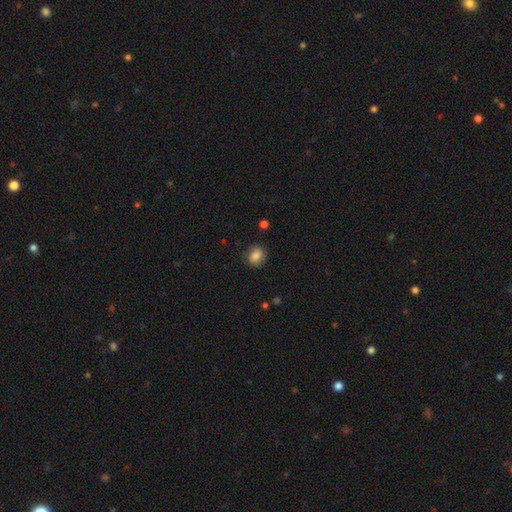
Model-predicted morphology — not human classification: This is likely a smooth galaxy (77%). How rounded: likely round (65%). Merging: clearly none (82%).